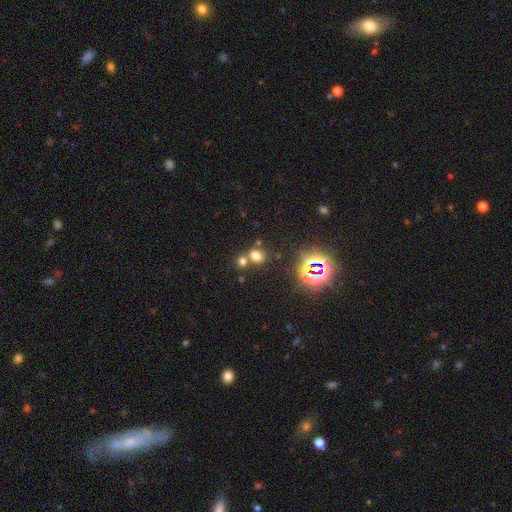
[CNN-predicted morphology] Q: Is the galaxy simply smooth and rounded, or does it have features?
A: smooth — 65%.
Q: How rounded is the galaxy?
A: round — 64%.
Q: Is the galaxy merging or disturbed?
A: none — 56%.